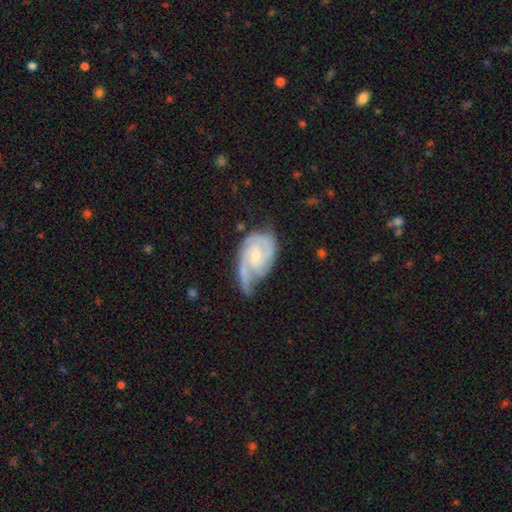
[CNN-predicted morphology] Smooth or featured: featured or disk — 85% (smooth — 10%)
Edge-on disk: no — 97% (yes — 3%)
Bar: no — 58% (weak — 36%)
Spiral arms: yes — 96% (no — 4%)
Spiral winding: tight — 54% (medium — 36%)
Spiral arm count: 2 — 55% (3 — 17%)
Bulge size: small — 59% (moderate — 35%)
Merging: none — 41% (minor disturbance — 34%)